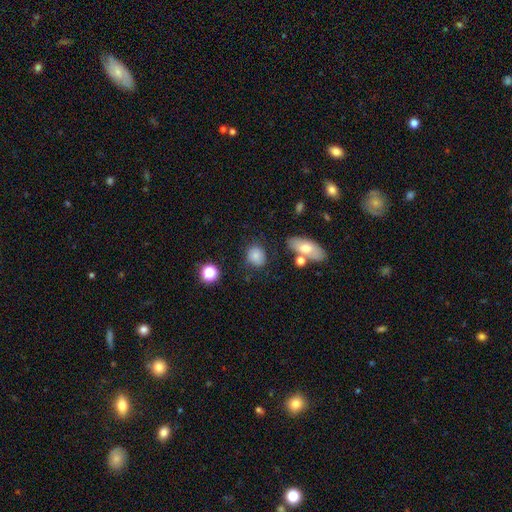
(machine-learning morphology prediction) type=smooth (80%); roundness=round (64%); merging=none (73%).